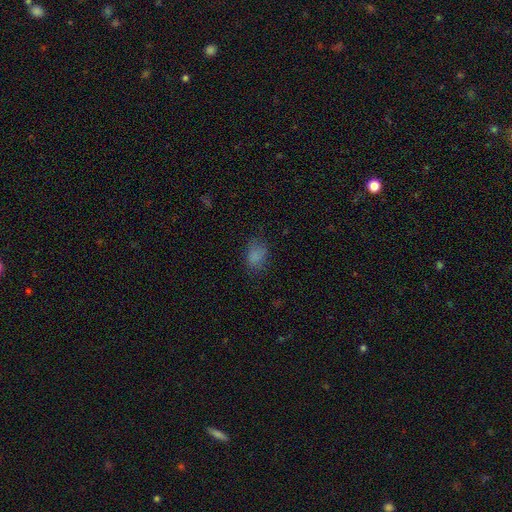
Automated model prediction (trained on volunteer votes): Overall: smooth (79%). How rounded: in between (75%). Merging: none (68%).